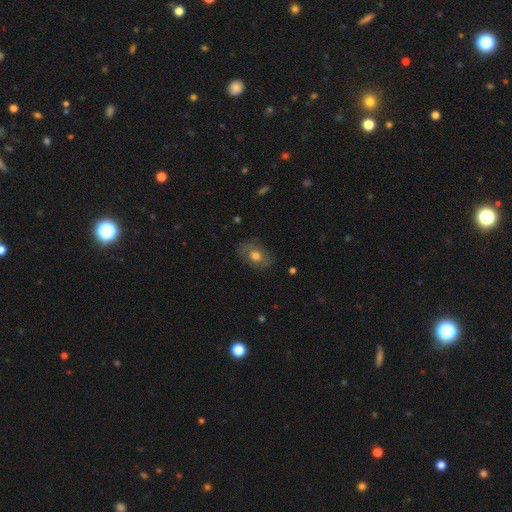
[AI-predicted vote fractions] This is likely a smooth galaxy (64%). How rounded: likely in between (73%). Merging: likely none (75%).